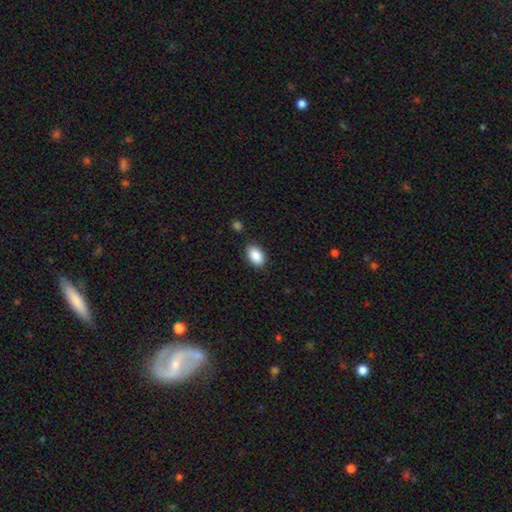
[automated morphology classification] Overall: smooth (89%). How rounded: in between (90%). Merging: none (85%).